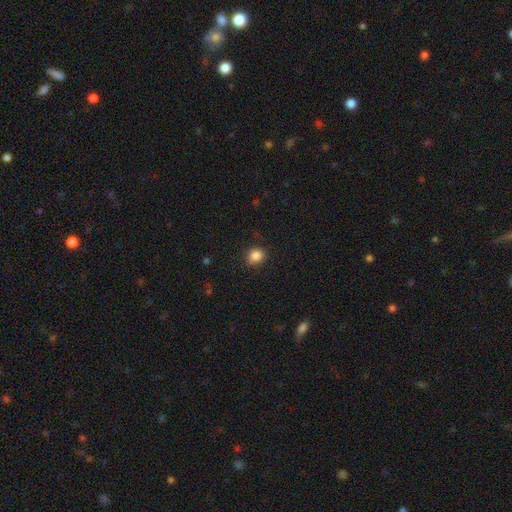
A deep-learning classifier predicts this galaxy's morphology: A smooth galaxy with no disk features (85%) that is round (67%).

Vote fractions:
- Smooth or featured? smooth: 85% / star or artifact: 10% / featured or disk: 4%
- How rounded? round: 67% / in between: 32% / cigar-shaped: 1%
- Merging? none: 86% / minor disturbance: 11% / major disturbance: 3% / merger: 1%